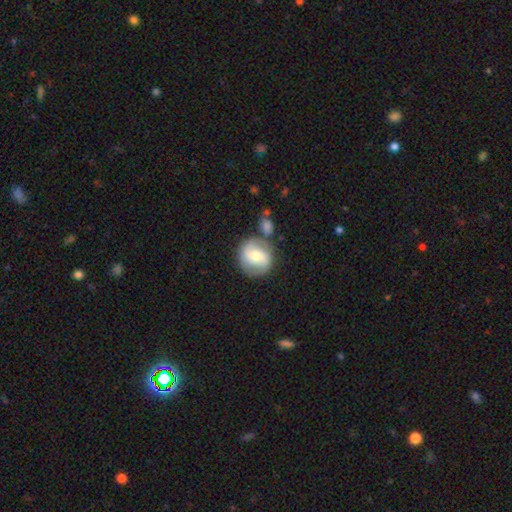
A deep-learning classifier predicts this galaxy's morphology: A featured or disk galaxy (56%) with no bar (43%), spiral arms (82%) and a moderate central bulge (61%). Merging: none (64%).